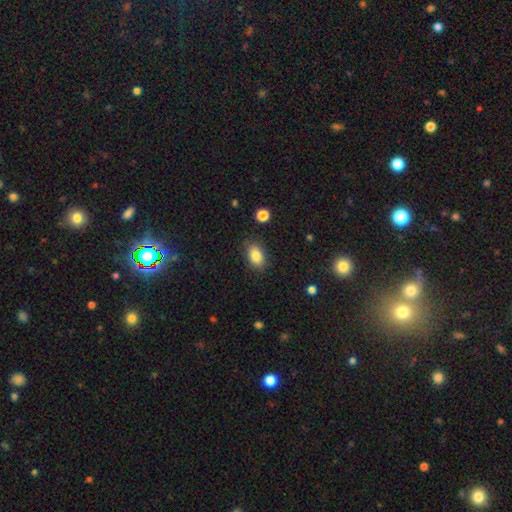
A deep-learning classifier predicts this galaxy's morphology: A smooth galaxy with no disk features (85%) that is in between round and cigar-shaped (86%). Merging: none (84%).